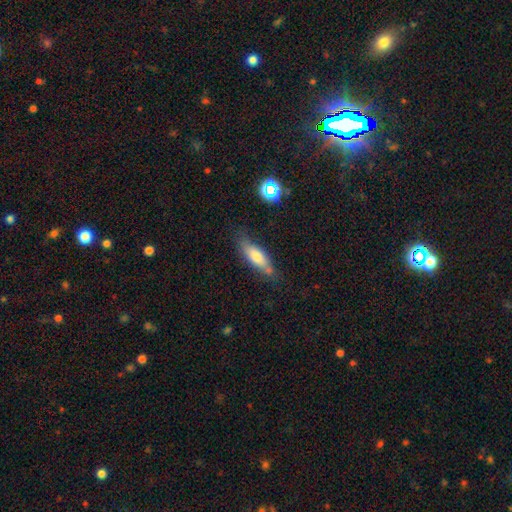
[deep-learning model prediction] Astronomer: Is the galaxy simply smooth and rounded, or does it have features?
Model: smooth — 70%.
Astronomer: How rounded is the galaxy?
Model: in between — 56% (runner-up: cigar-shaped, 41%).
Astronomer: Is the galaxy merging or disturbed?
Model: none — 64%.